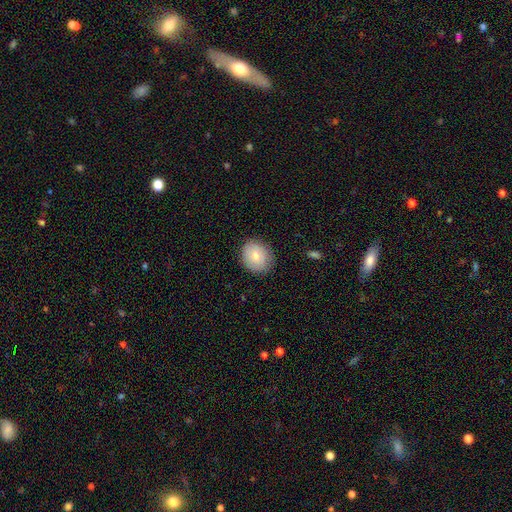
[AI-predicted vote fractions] A smooth galaxy with no disk features (76%) that is round (68%).

Vote fractions:
- Smooth or featured? smooth: 76% / featured or disk: 17% / star or artifact: 7%
- How rounded? round: 68% / in between: 31% / cigar-shaped: 1%
- Merging? none: 82% / minor disturbance: 14% / major disturbance: 3% / merger: 1%